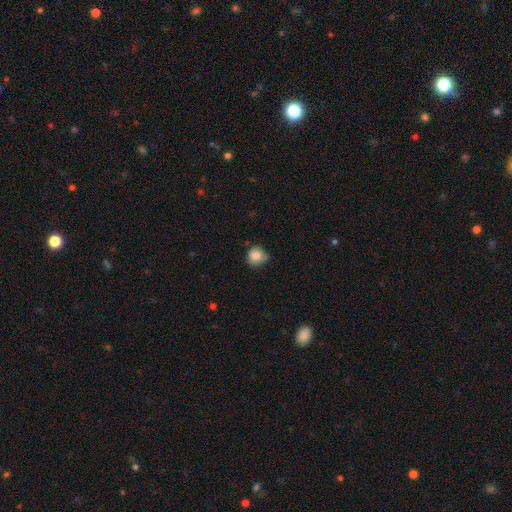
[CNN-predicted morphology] Overall: smooth (82%). How rounded: round (82%). Merging: none (60%; minor disturbance 32%).